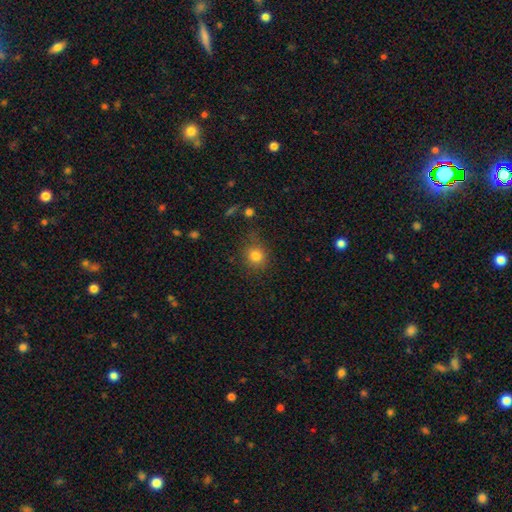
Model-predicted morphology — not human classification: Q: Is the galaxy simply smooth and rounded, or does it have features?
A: smooth — 81%.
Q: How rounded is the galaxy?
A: round — 85%.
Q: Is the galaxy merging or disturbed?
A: none — 77%.